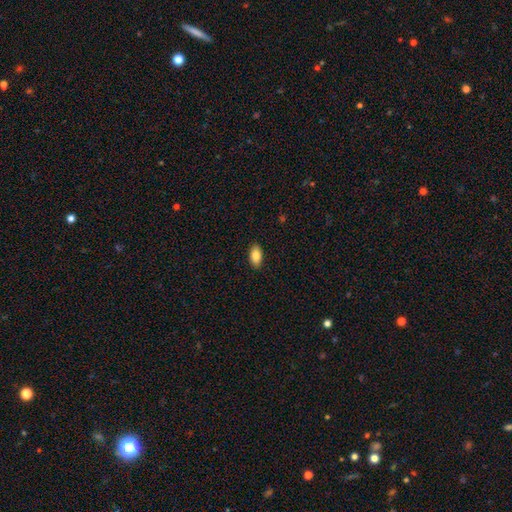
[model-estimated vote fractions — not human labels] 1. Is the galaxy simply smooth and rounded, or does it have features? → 85% smooth, 8% featured or disk, 7% star or artifact.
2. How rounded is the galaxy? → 93% in between, 4% cigar-shaped, 3% round.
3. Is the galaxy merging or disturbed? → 90% none, 7% minor disturbance, 2% major disturbance, 1% merger.